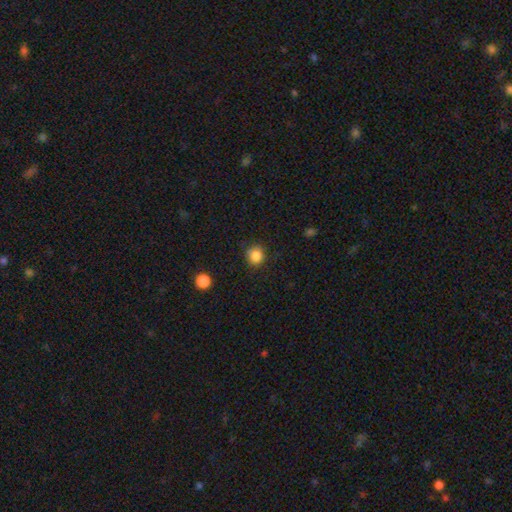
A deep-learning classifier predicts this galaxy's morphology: A smooth galaxy with no disk features (85%) that is round (89%).

Vote fractions:
- Smooth or featured? smooth: 85% / star or artifact: 11% / featured or disk: 4%
- How rounded? round: 89% / in between: 10% / cigar-shaped: 1%
- Merging? none: 86% / minor disturbance: 10% / major disturbance: 3% / merger: 1%